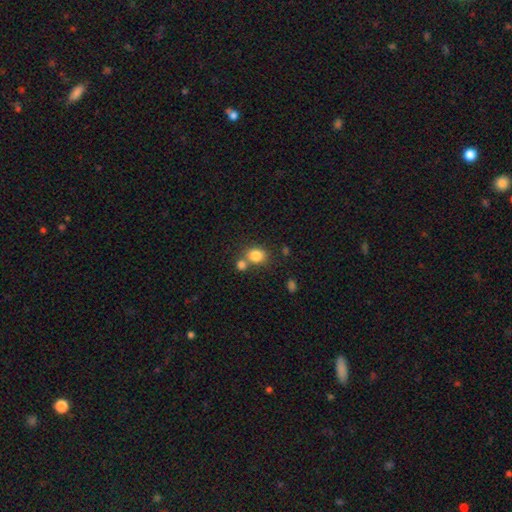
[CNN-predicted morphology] smooth 82%, star or artifact 11%, featured or disk 7%. Down the decision tree: how rounded — round (63%); merging — none (57%).